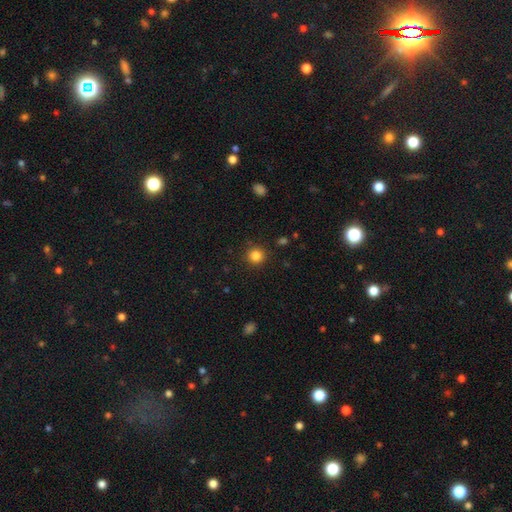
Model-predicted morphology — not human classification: Smooth or featured?
  - smooth: 84% *
  - star or artifact: 12%
  - featured or disk: 4%
How rounded?
  - round: 93% *
  - in between: 6%
  - cigar-shaped: 1%
Merging?
  - none: 91% *
  - minor disturbance: 6%
  - major disturbance: 2%
  - merger: 1%